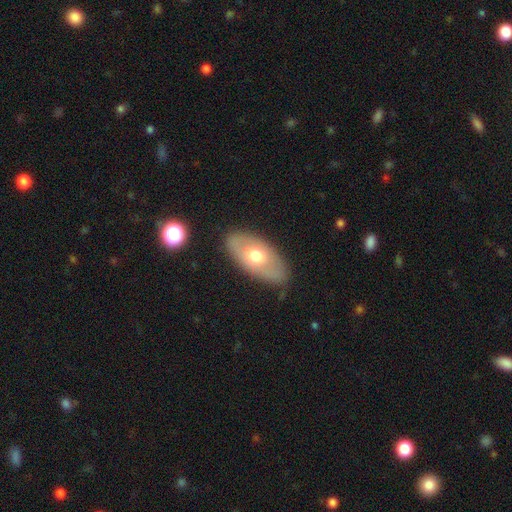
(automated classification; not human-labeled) Smooth or featured?
  - smooth: 53% *
  - featured or disk: 41%
  - star or artifact: 6%
How rounded?
  - in between: 91% *
  - round: 5%
  - cigar-shaped: 4%
Merging?
  - none: 80% *
  - minor disturbance: 15%
  - major disturbance: 4%
  - merger: 2%